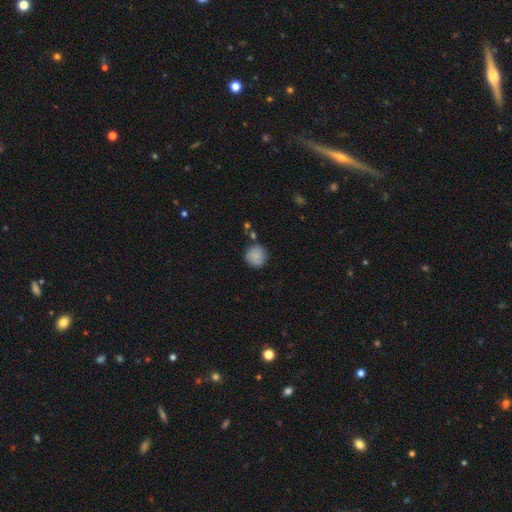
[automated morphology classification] A smooth galaxy with no disk features (86%) that is round (93%). Merging: none (80%).